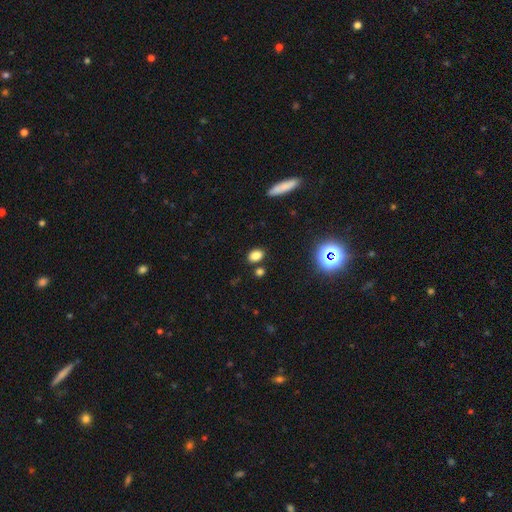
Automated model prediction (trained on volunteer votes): Smooth or featured?
  - smooth: 80% *
  - star or artifact: 15%
  - featured or disk: 5%
How rounded?
  - in between: 73% *
  - round: 25%
  - cigar-shaped: 2%
Merging?
  - none: 80% *
  - minor disturbance: 10%
  - merger: 7%
  - major disturbance: 3%